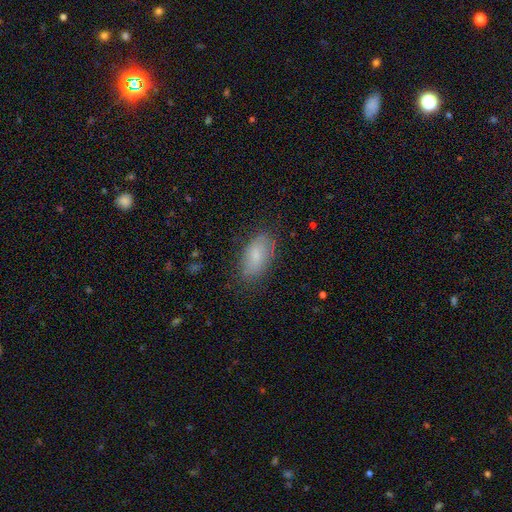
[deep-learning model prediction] smooth_or_featured: smooth (p=0.77) [alt: featured or disk p=0.15]
how_rounded: in between (p=0.93) [alt: round p=0.04]
merging: none (p=0.78) [alt: minor disturbance p=0.17]